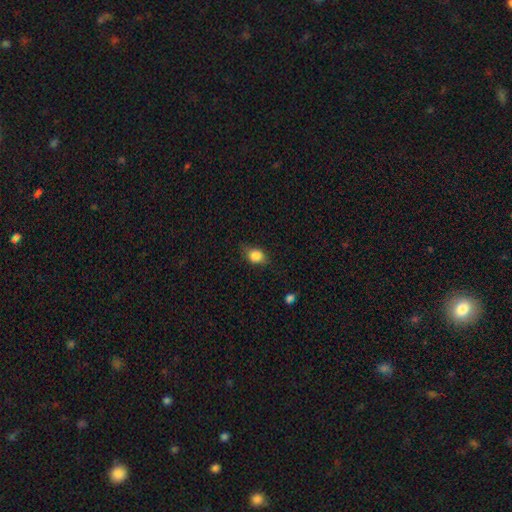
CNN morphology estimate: Smooth or featured? smooth (83%)
How rounded? in between (62%)
Merging? none (71%)